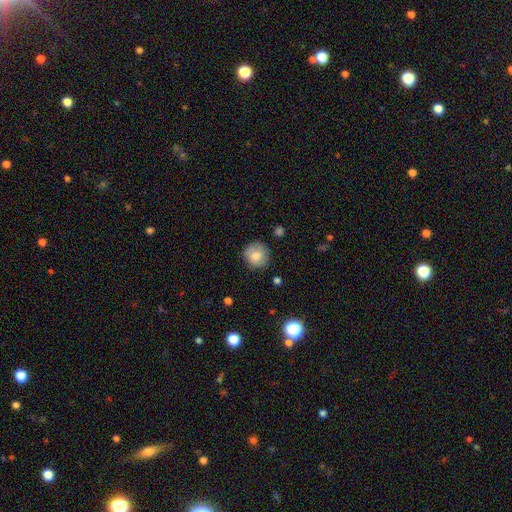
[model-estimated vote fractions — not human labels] This is likely a smooth galaxy (80%). How rounded: clearly round (90%). Merging: clearly none (82%).